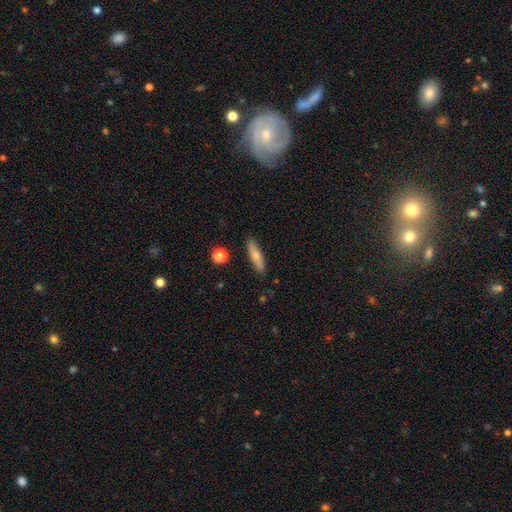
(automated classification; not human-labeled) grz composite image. It shows a smooth galaxy with no disk features (65%) that is cigar-shaped (68%). Merging: none (87%).